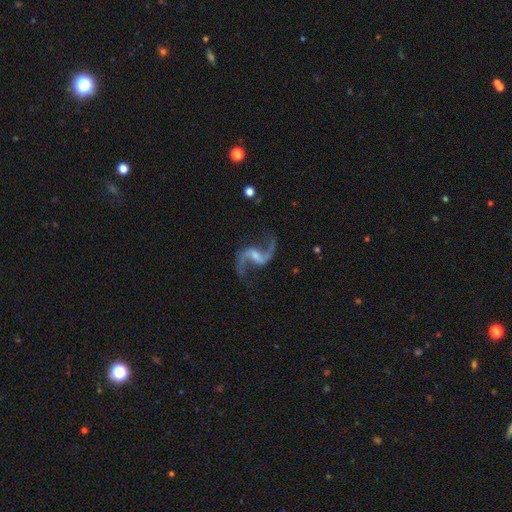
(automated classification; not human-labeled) featured or disk 93%, star or artifact 5%, smooth 3%. Down the decision tree: edge-on disk — no (98%); bar — weak (50%); spiral arms — yes (98%); spiral arm count — 2 (94%); spiral winding — loose (80%); bulge size — small (52%); merging — none (80%).